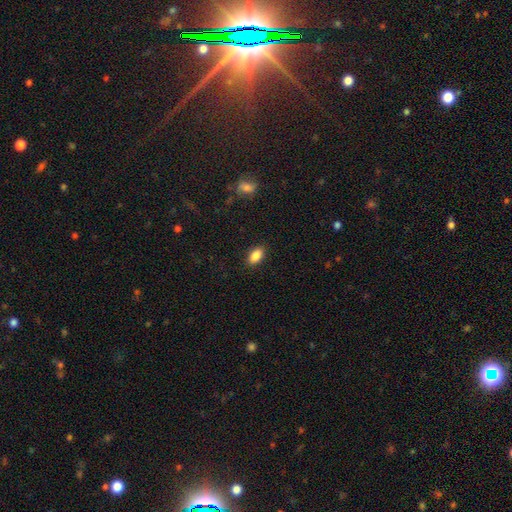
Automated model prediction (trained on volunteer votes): Smooth or featured: smooth — 87% (star or artifact — 8%)
How rounded: in between — 91% (round — 6%)
Merging: none — 88% (minor disturbance — 8%)